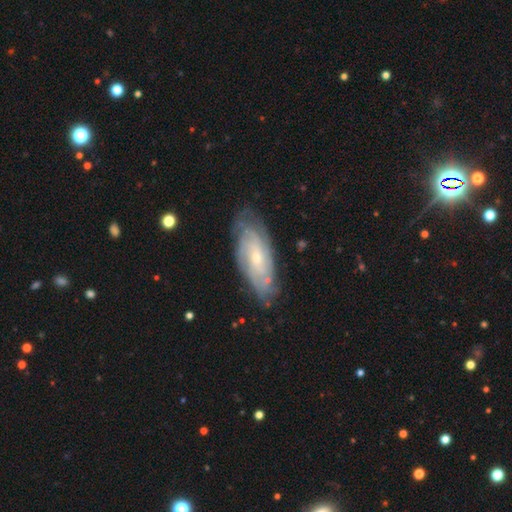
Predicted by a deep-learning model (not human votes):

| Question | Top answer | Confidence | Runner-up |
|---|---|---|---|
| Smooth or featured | featured or disk | 74% | smooth (17%) |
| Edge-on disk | no | 88% | yes (12%) |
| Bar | no | 68% | weak (26%) |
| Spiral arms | yes | 92% | no (8%) |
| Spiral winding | tight | 71% | medium (23%) |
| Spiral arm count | can't tell | 53% | 2 (15%) |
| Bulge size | small | 67% | moderate (29%) |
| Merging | none | 80% | minor disturbance (15%) |